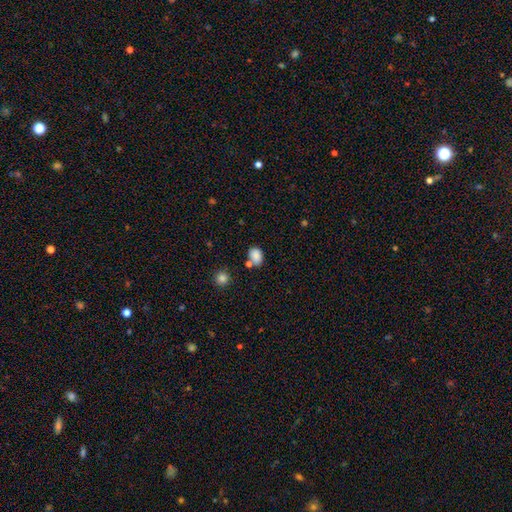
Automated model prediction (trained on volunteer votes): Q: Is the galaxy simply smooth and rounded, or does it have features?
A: smooth — 84%.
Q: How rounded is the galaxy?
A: in between — 69%.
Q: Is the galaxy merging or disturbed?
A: none — 60%.